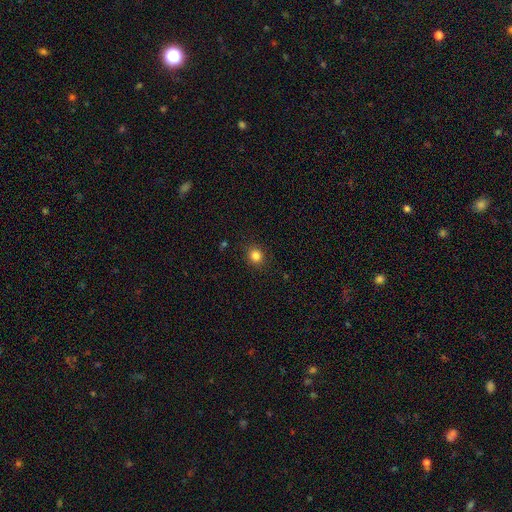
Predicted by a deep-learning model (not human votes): The model was most divided on "how rounded": round: 84%, in between: 15%, cigar-shaped: 1%. More confident: merging — none (89%); smooth or featured — smooth (83%).